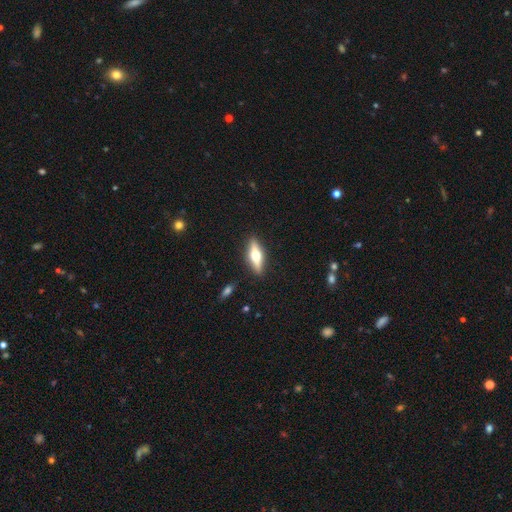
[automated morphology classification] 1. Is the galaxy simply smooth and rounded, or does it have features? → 54% featured or disk, 40% smooth, 6% star or artifact.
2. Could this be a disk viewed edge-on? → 91% yes, 9% no.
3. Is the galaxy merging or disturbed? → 89% none, 7% minor disturbance, 2% major disturbance, 1% merger.